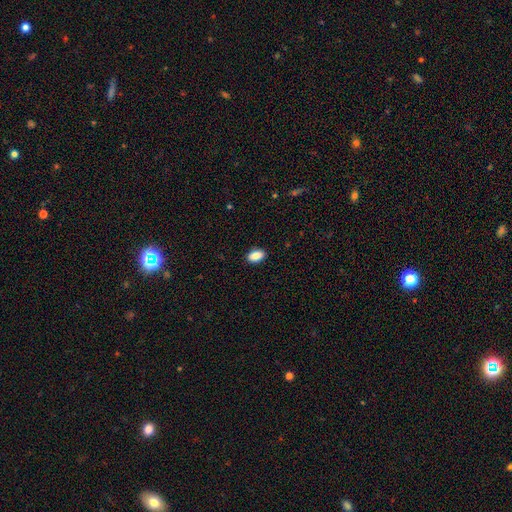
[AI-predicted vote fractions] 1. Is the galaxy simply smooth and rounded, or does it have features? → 88% smooth, 8% star or artifact, 4% featured or disk.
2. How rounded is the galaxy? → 90% in between, 8% round, 2% cigar-shaped.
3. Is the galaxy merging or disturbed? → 90% none, 7% minor disturbance, 2% major disturbance, 1% merger.